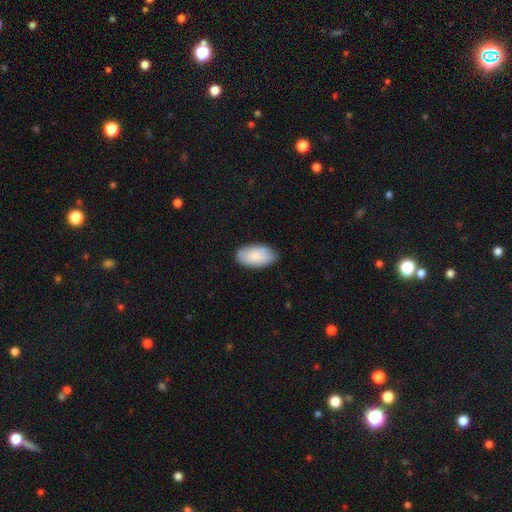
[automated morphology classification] Smooth or featured?
  - smooth: 85% *
  - featured or disk: 9%
  - star or artifact: 5%
How rounded?
  - in between: 96% *
  - round: 2%
  - cigar-shaped: 2%
Merging?
  - none: 81% *
  - minor disturbance: 15%
  - major disturbance: 3%
  - merger: 1%